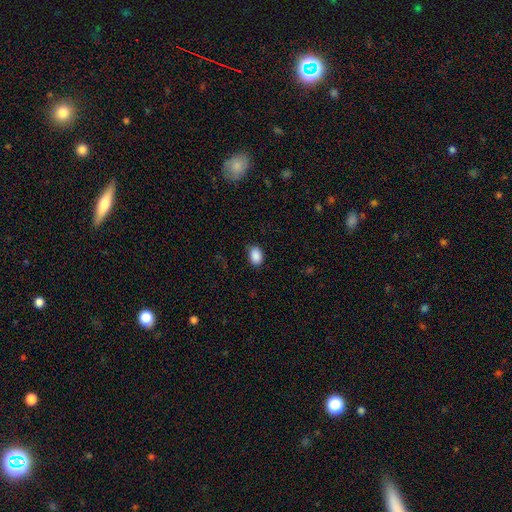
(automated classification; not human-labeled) The model was most divided on "how rounded": in between: 78%, round: 21%, cigar-shaped: 1%. More confident: smooth or featured — smooth (89%); merging — none (84%).